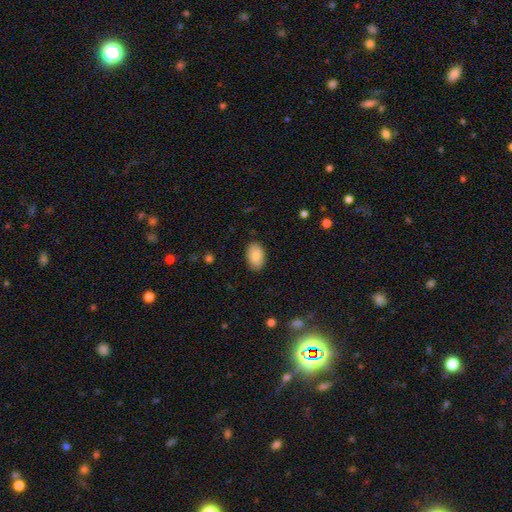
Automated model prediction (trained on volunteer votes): Smooth or featured?
  - smooth: 86% *
  - featured or disk: 8%
  - star or artifact: 6%
How rounded?
  - in between: 91% *
  - round: 8%
  - cigar-shaped: 1%
Merging?
  - none: 86% *
  - minor disturbance: 11%
  - major disturbance: 2%
  - merger: 1%